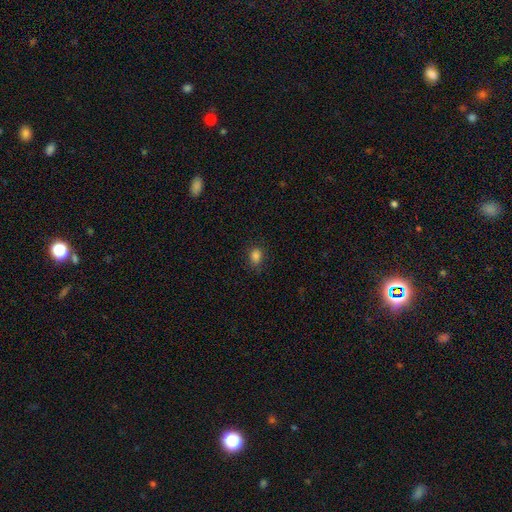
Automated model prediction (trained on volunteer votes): A smooth galaxy with no disk features (83%) that is in between round and cigar-shaped (63%). Merging: none (79%).